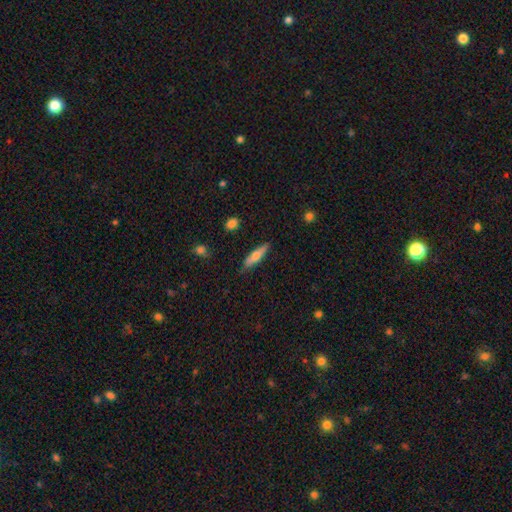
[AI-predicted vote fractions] Smooth or featured: smooth — 58% (featured or disk — 36%)
How rounded: cigar-shaped — 78% (in between — 20%)
Merging: none — 84% (minor disturbance — 12%)